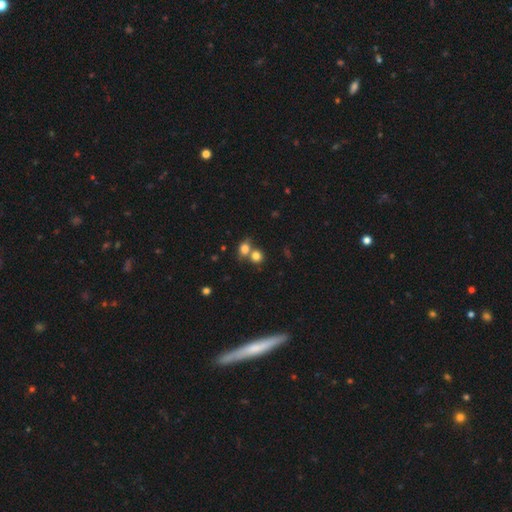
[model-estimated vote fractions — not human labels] smooth-or-featured: smooth: 79% | star or artifact: 12% | featured or disk: 9%
  how-rounded: round: 75% | in between: 23% | cigar-shaped: 1%
  merging: merger: 47% | none: 42% | minor disturbance: 7% | major disturbance: 4%